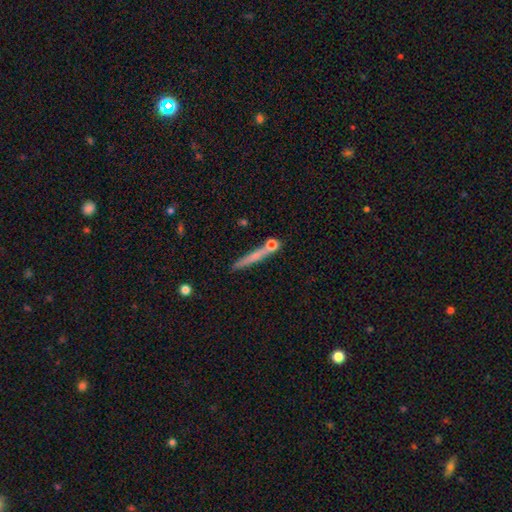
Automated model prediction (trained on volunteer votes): smooth-or-featured: smooth: 55% | featured or disk: 36% | star or artifact: 9%
  how-rounded: cigar-shaped: 92% | in between: 5% | round: 4%
  merging: none: 71% | minor disturbance: 13% | merger: 12% | major disturbance: 4%